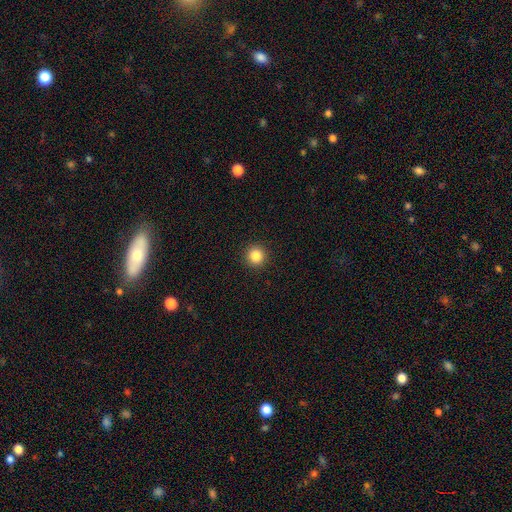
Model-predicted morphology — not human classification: Smooth or featured: smooth — 85% (star or artifact — 11%)
How rounded: round — 95% (in between — 4%)
Merging: none — 93% (minor disturbance — 4%)